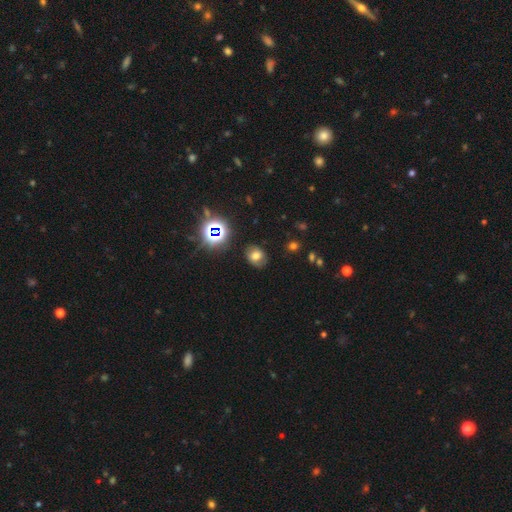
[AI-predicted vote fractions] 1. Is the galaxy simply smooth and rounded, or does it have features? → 58% smooth, 21% featured or disk, 21% star or artifact.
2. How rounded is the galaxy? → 52% round, 47% in between, 1% cigar-shaped.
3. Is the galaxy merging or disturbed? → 76% none, 17% minor disturbance, 6% major disturbance, 2% merger.